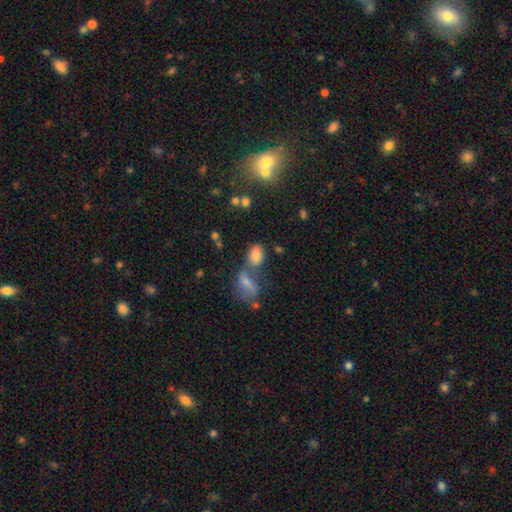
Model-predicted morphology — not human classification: A smooth galaxy with no disk features (79%) that is in between round and cigar-shaped (85%). Merging: none (42%).